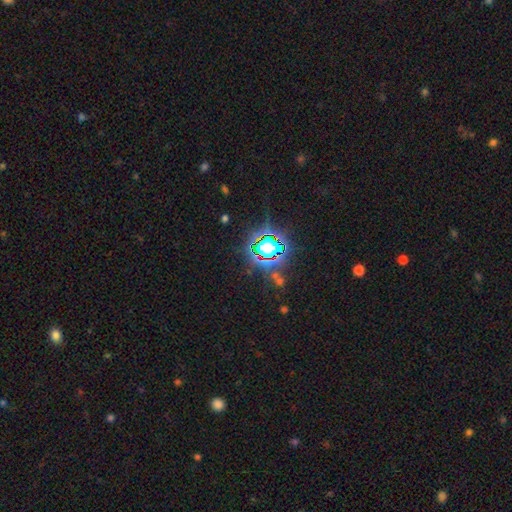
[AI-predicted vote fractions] The model was most divided on "smooth or featured": star or artifact: 82%, smooth: 11%, featured or disk: 7%.